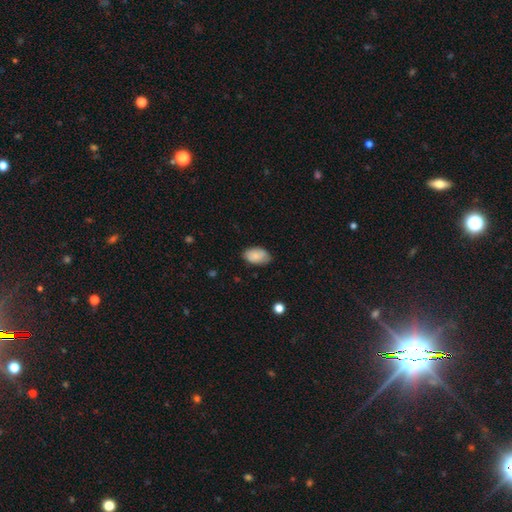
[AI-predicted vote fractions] This is clearly a smooth galaxy (85%). How rounded: clearly in between (92%). Merging: likely none (74%).